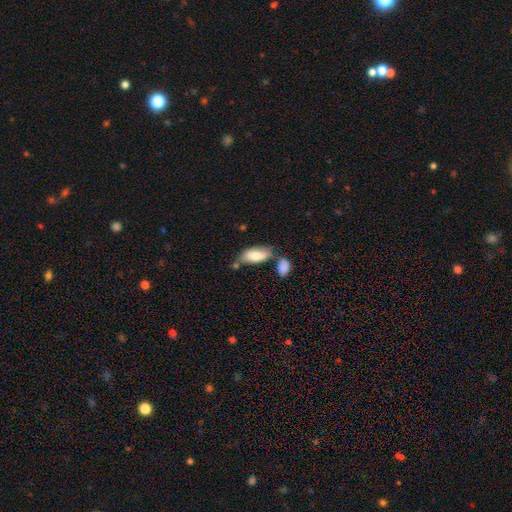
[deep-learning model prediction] Q: Smooth or featured?
A: smooth (78%); runner-up: featured or disk (16%)
Q: How rounded?
A: in between (87%); runner-up: cigar-shaped (11%)
Q: Merging?
A: none (46%); runner-up: merger (26%)